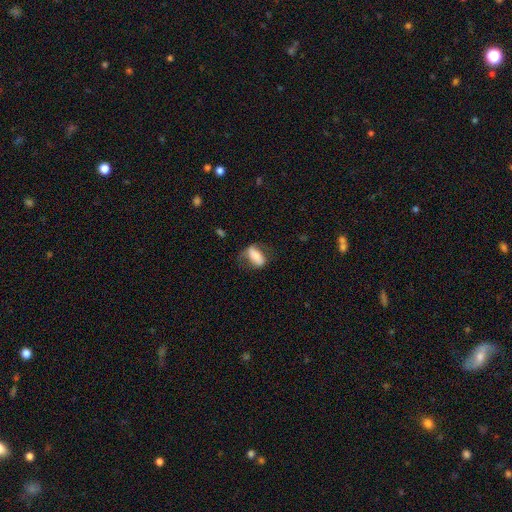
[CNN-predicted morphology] Q: Smooth or featured?
A: smooth (65%); runner-up: featured or disk (28%)
Q: How rounded?
A: in between (81%); runner-up: cigar-shaped (14%)
Q: Merging?
A: none (56%); runner-up: minor disturbance (25%)